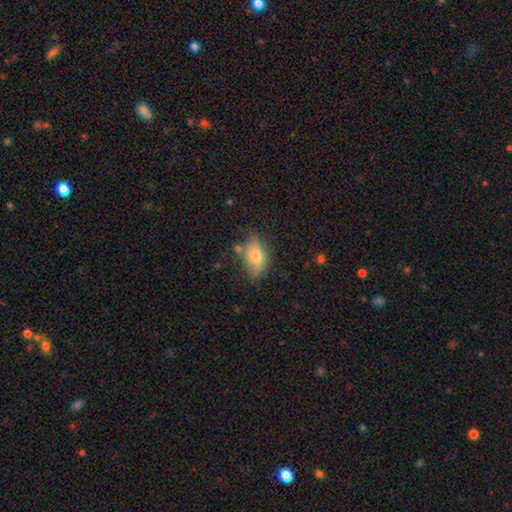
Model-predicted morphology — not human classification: Smooth or featured? Predicted: smooth (p=0.63). How rounded? Predicted: in between (p=0.85). Merging? Predicted: none (p=0.64).